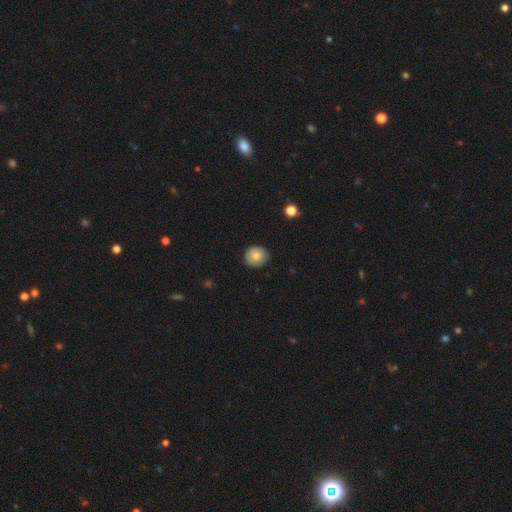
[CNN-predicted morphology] A smooth galaxy with no disk features (79%) that is round (82%). Merging: none (86%).